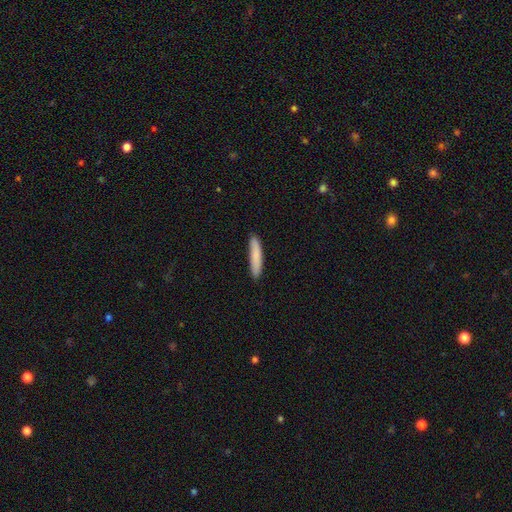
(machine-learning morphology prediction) This is clearly a smooth galaxy (83%). How rounded: clearly cigar-shaped (89%). Merging: clearly none (88%).